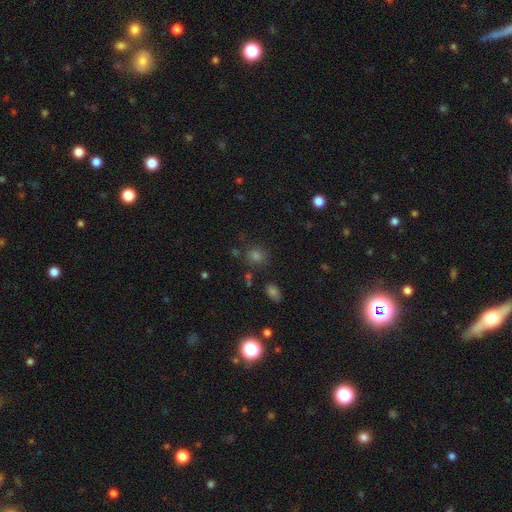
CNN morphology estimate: The model was most divided on "smooth or featured": smooth: 64%, star or artifact: 29%, featured or disk: 7%. More confident: merging — none (79%); how rounded — round (77%).